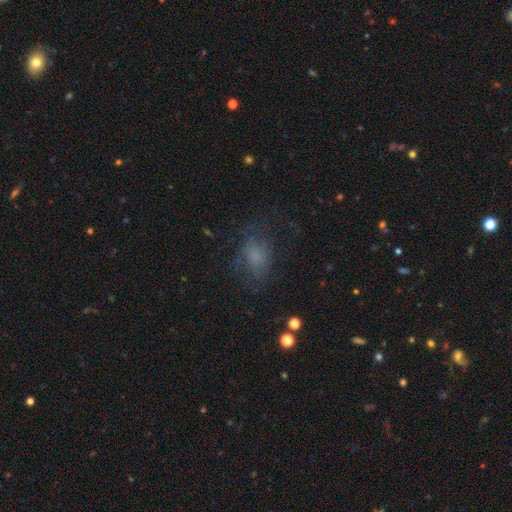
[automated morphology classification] The model was most divided on "smooth or featured": smooth: 54%, featured or disk: 28%, star or artifact: 18%. More confident: how rounded — in between (68%); merging — none (56%).